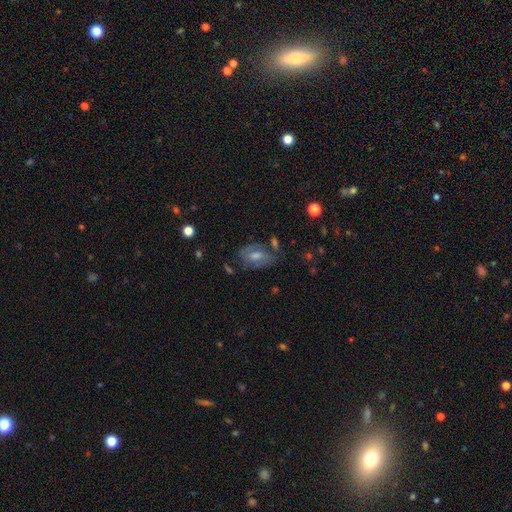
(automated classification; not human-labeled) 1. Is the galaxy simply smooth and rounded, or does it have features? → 53% featured or disk, 34% smooth, 13% star or artifact.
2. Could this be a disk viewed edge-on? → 91% no, 9% yes.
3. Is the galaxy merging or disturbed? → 62% none, 21% minor disturbance, 10% major disturbance, 7% merger.